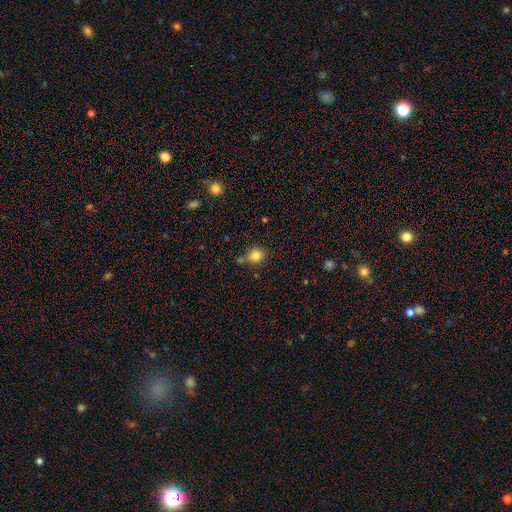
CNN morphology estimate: smooth_or_featured: smooth (p=0.82) [alt: star or artifact p=0.12]
how_rounded: round (p=0.79) [alt: in between p=0.20]
merging: none (p=0.67) [alt: minor disturbance p=0.16]